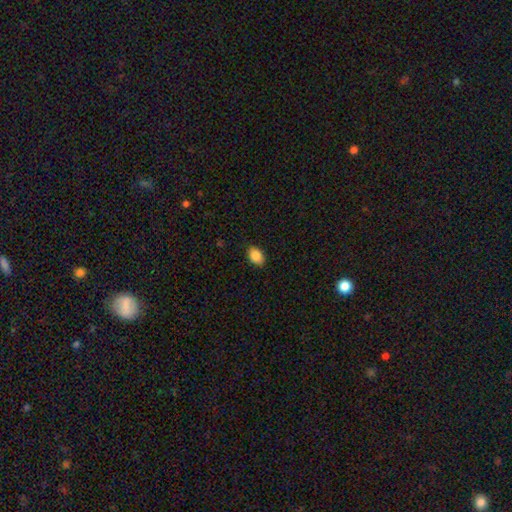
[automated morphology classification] Smooth or featured? smooth (86%)
How rounded? in between (85%)
Merging? none (88%)